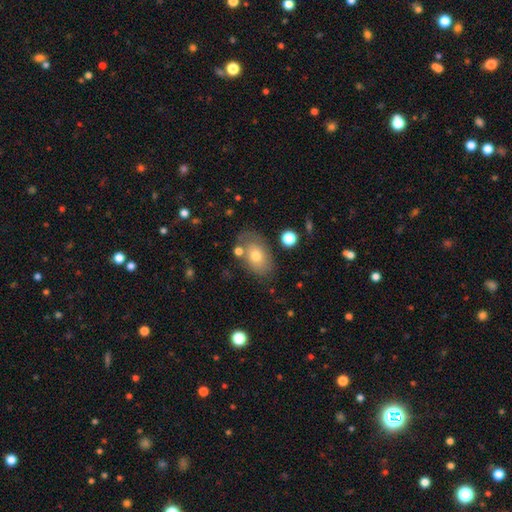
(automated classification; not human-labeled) This is likely a smooth galaxy (68%). How rounded: clearly in between (85%). Merging: likely none (66%).